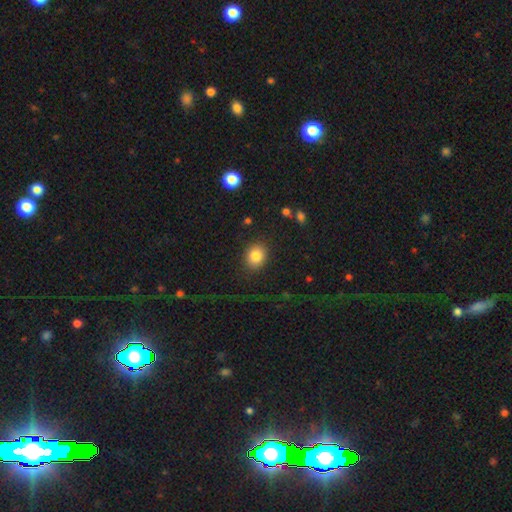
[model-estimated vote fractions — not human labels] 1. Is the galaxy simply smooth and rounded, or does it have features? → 84% smooth, 10% star or artifact, 7% featured or disk.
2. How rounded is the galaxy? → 59% round, 40% in between, 1% cigar-shaped.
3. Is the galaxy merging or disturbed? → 87% none, 9% minor disturbance, 3% major disturbance, 1% merger.